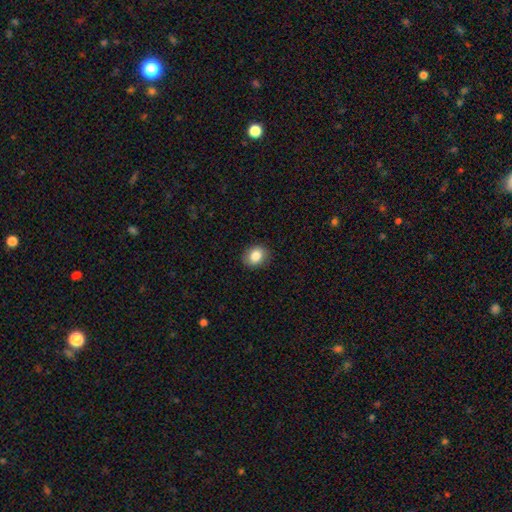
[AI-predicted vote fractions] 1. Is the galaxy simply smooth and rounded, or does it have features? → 84% smooth, 9% star or artifact, 7% featured or disk.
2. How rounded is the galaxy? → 53% round, 46% in between, 1% cigar-shaped.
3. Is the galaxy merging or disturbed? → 88% none, 9% minor disturbance, 2% major disturbance, 1% merger.